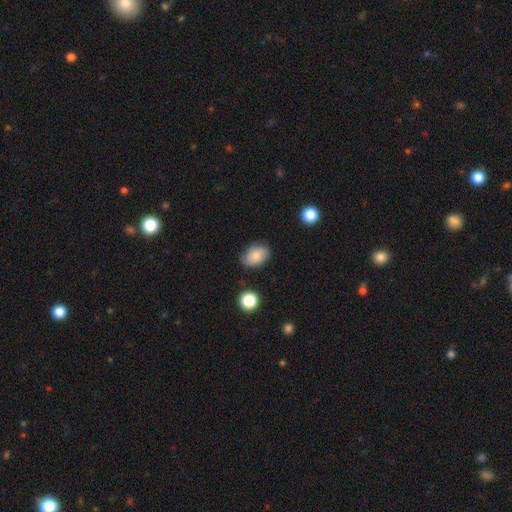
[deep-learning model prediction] smooth 75%, featured or disk 16%, star or artifact 9%. Down the decision tree: how rounded — in between (80%); merging — none (71%).